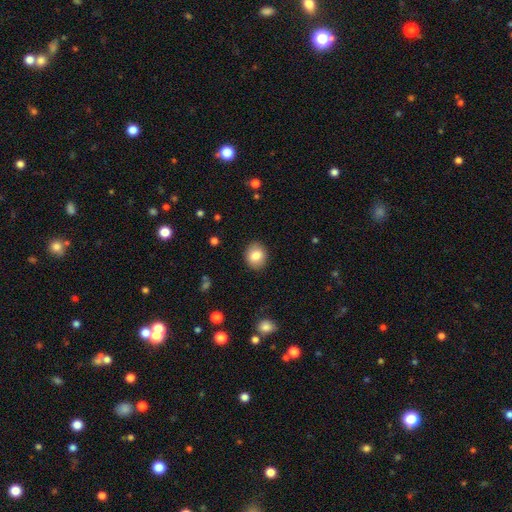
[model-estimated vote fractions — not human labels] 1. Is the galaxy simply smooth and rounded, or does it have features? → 83% smooth, 9% featured or disk, 8% star or artifact.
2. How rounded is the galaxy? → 59% round, 40% in between, 1% cigar-shaped.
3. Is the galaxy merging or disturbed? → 88% none, 8% minor disturbance, 2% major disturbance, 1% merger.